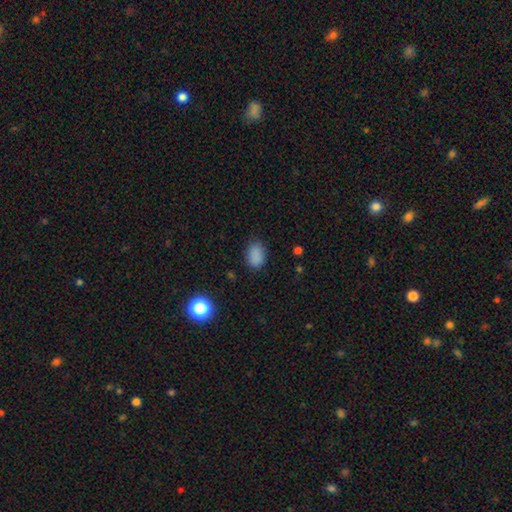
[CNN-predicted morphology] Smooth or featured? Predicted: smooth (p=0.84). How rounded? Predicted: in between (p=0.76). Merging? Predicted: none (p=0.77).